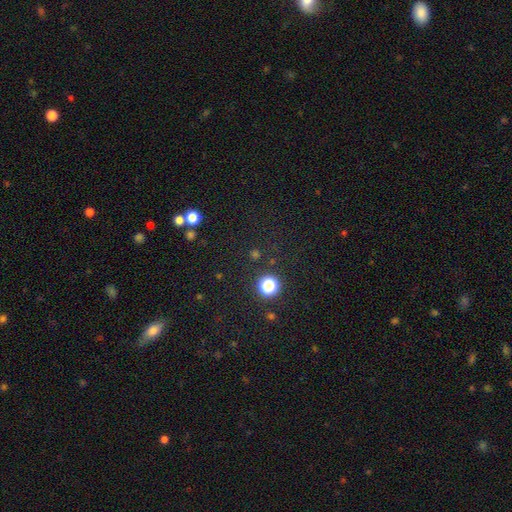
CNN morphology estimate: smooth-or-featured: star or artifact: 53% | smooth: 40% | featured or disk: 7%